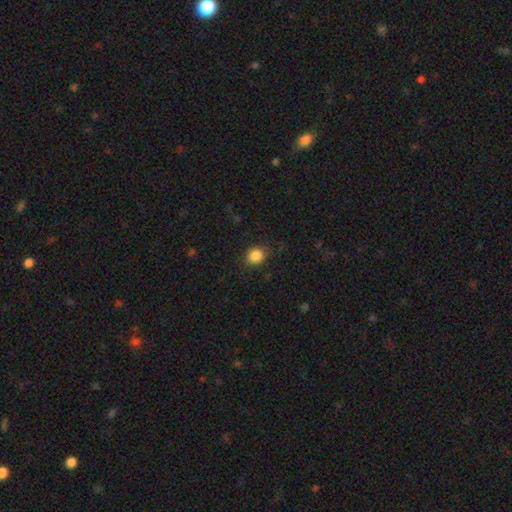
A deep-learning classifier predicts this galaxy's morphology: type=smooth (86%); roundness=round (72%); merging=none (84%).